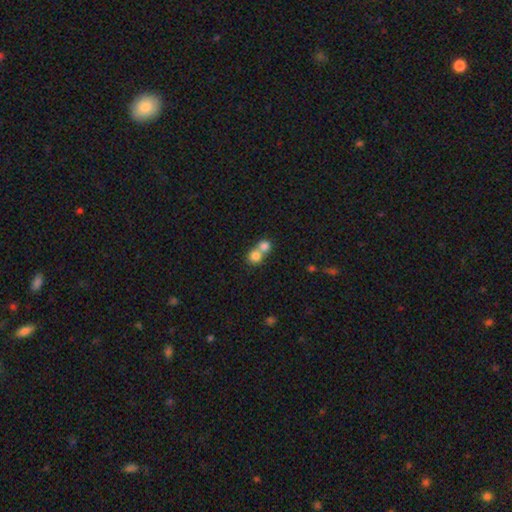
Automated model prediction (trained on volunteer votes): smooth 79%, featured or disk 11%, star or artifact 10%. Down the decision tree: how rounded — round (85%); merging — merger (59%).